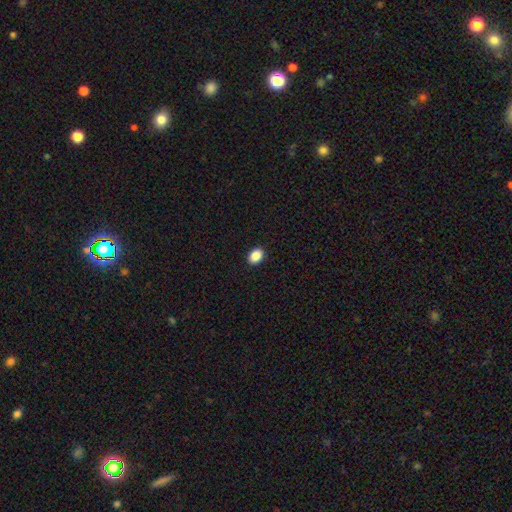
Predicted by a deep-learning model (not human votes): This appears to be a smooth galaxy with no disk features (89%) that is in between round and cigar-shaped (74%). Merging: none (91%).